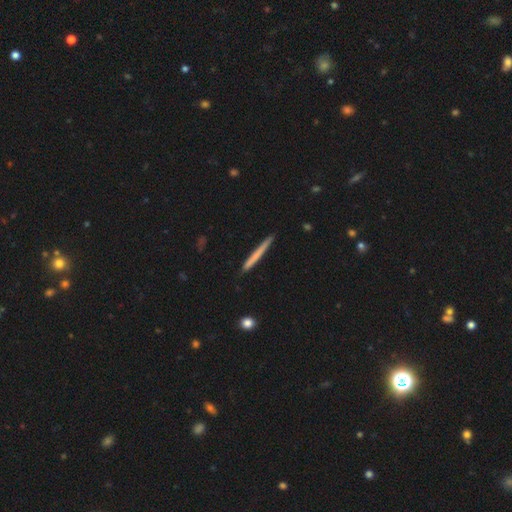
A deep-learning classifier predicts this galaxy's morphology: Overall: smooth (61%; featured or disk 34%). How rounded: cigar-shaped (97%). Merging: none (90%).